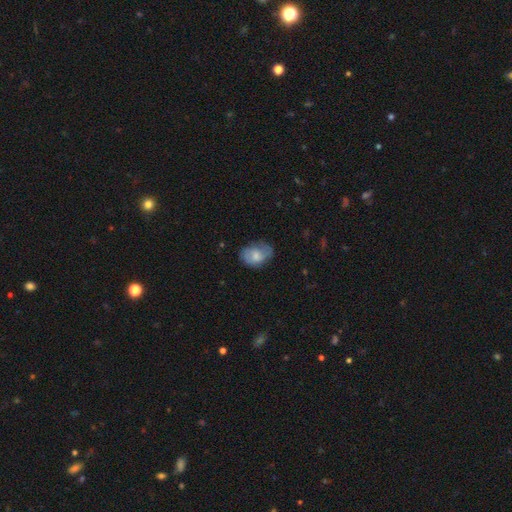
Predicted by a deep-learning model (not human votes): Q: Smooth or featured?
A: smooth (59%); runner-up: featured or disk (34%)
Q: How rounded?
A: in between (74%); runner-up: round (25%)
Q: Merging?
A: none (58%); runner-up: minor disturbance (29%)